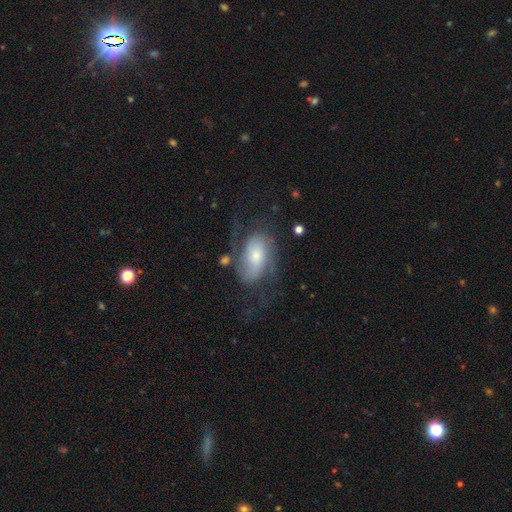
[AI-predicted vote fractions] This is likely a featured or disk galaxy (71%). It is clearly not viewed edge-on (96%). Bar: possibly no (57%). Spiral arm pattern: clearly yes (89%). Spiral arm count: likely 2 (67%). Spiral winding: marginally medium (44%). Central bulge: marginally moderate (45%). Merging: possibly none (49%).